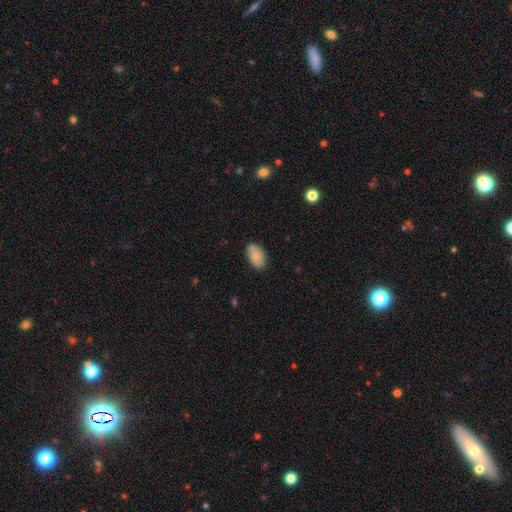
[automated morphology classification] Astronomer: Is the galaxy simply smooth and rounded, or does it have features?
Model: smooth — 83%.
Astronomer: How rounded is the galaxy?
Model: in between — 94%.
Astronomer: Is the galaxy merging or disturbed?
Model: none — 82%.